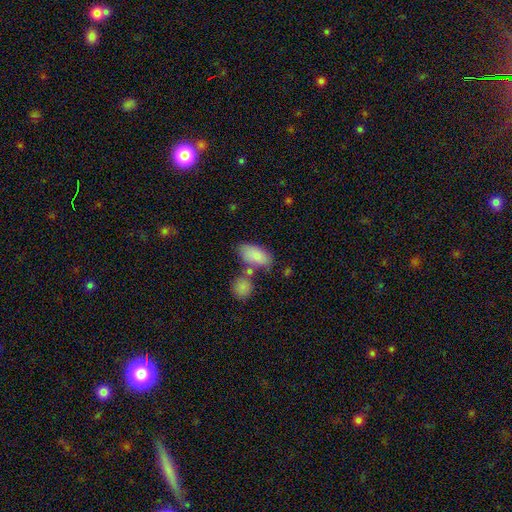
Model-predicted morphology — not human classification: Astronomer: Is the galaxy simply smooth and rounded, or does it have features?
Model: smooth — 84%.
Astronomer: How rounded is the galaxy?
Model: in between — 92%.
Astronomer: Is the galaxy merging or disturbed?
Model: none — 58%.